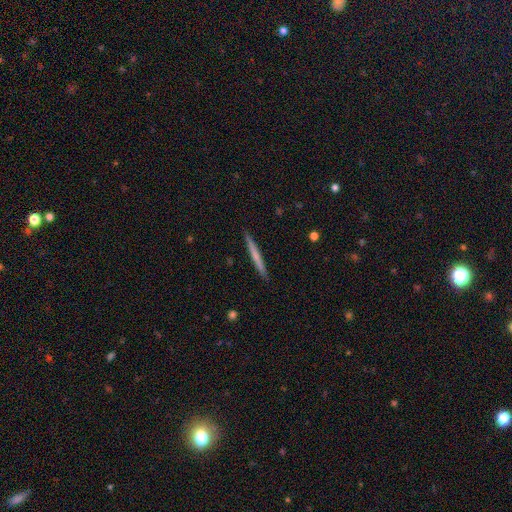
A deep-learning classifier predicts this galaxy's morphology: Smooth or featured?
  - smooth: 56% *
  - featured or disk: 38%
  - star or artifact: 5%
How rounded?
  - cigar-shaped: 97% *
  - in between: 2%
  - round: 1%
Merging?
  - none: 91% *
  - minor disturbance: 6%
  - major disturbance: 1%
  - merger: 1%